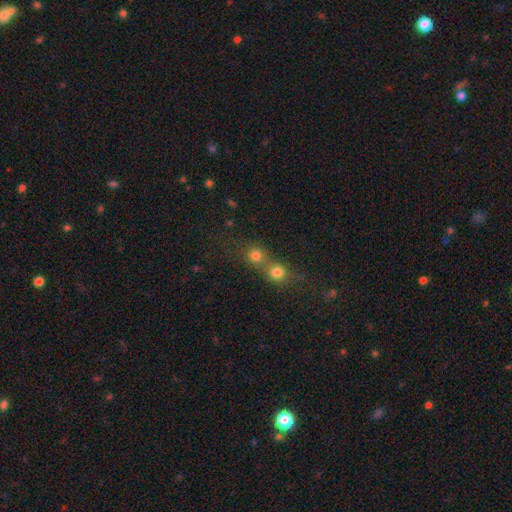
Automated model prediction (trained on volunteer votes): Smooth or featured: smooth — 77% (star or artifact — 15%)
How rounded: round — 87% (in between — 11%)
Merging: merger — 53% (none — 39%)